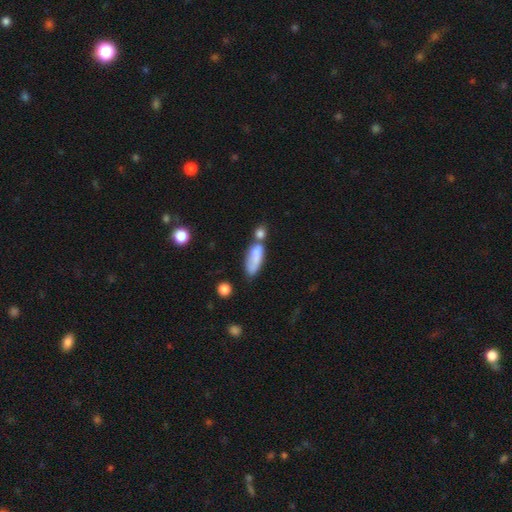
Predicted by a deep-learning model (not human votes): smooth_or_featured: smooth (p=0.74) [alt: featured or disk p=0.18]
how_rounded: in between (p=0.65) [alt: cigar-shaped p=0.32]
merging: merger (p=0.42) [alt: none p=0.28]